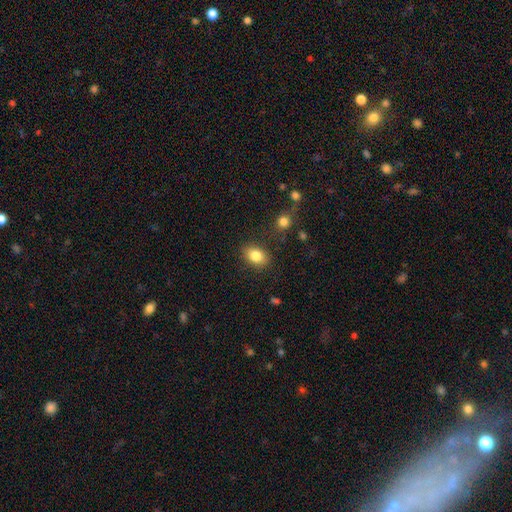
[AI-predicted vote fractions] A smooth galaxy with no disk features (83%) that is in between round and cigar-shaped (77%).

Vote fractions:
- Smooth or featured? smooth: 83% / star or artifact: 9% / featured or disk: 8%
- How rounded? in between: 77% / round: 21% / cigar-shaped: 2%
- Merging? none: 83% / minor disturbance: 11% / major disturbance: 3% / merger: 3%